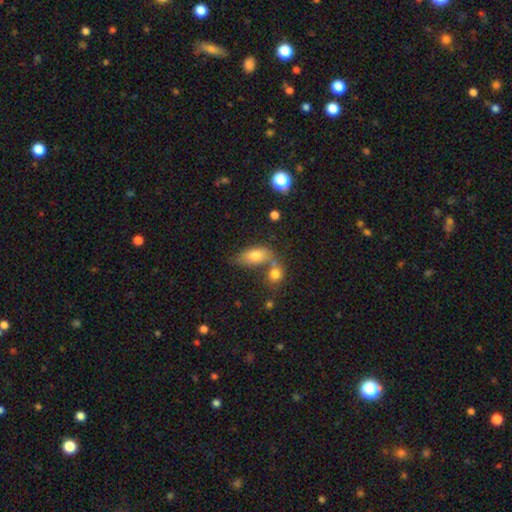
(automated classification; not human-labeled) The model was most divided on "merging": merger: 46%, none: 33%, minor disturbance: 14%, major disturbance: 8%. More confident: how rounded — in between (88%); smooth or featured — smooth (75%).